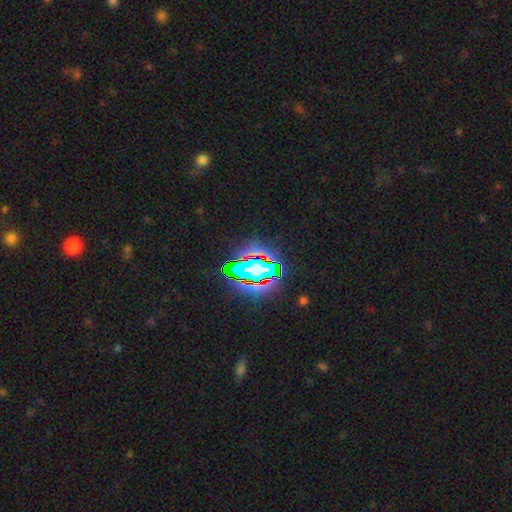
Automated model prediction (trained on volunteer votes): This appears to be a star or artifact, not a galaxy (81%).